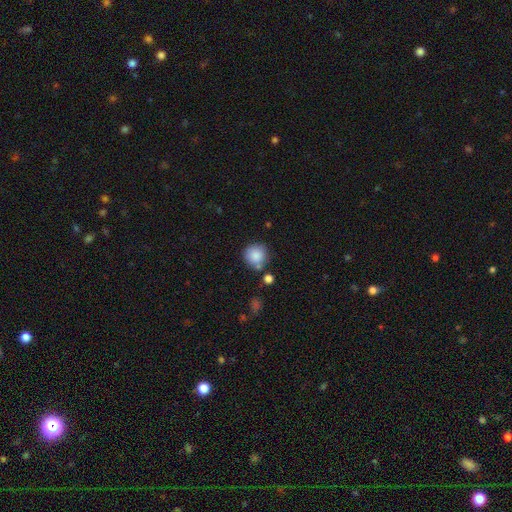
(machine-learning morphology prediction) A smooth galaxy with no disk features (86%) that is round (92%). Merging: none (71%).